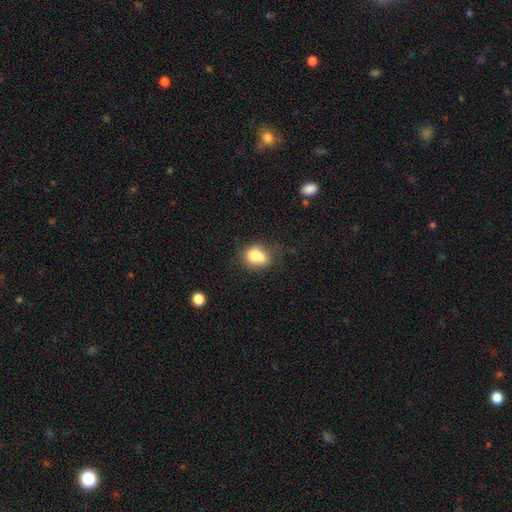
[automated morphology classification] Q: Smooth or featured?
A: smooth (75%); runner-up: featured or disk (15%)
Q: How rounded?
A: in between (54%); runner-up: round (44%)
Q: Merging?
A: none (37%); runner-up: merger (32%)